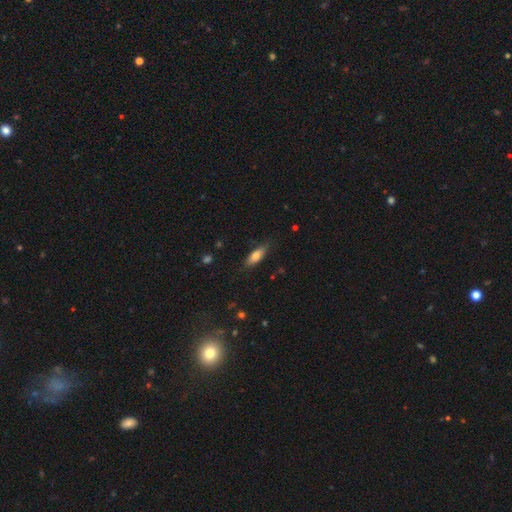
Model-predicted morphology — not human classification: smooth-or-featured: smooth: 74% | featured or disk: 19% | star or artifact: 7%
  how-rounded: in between: 64% | cigar-shaped: 33% | round: 3%
  merging: none: 81% | minor disturbance: 14% | major disturbance: 3% | merger: 1%